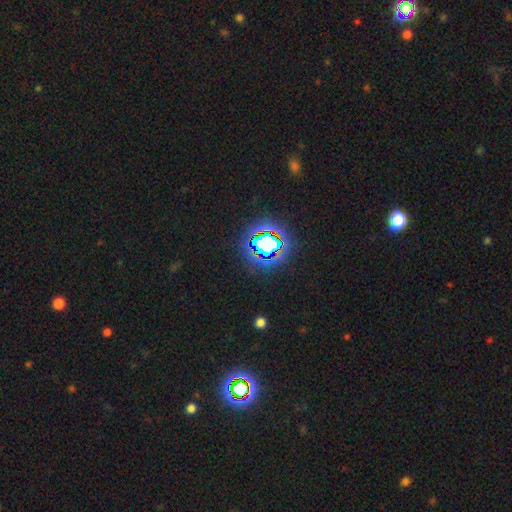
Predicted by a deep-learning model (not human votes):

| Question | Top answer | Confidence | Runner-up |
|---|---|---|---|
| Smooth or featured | star or artifact | 81% | smooth (12%) |